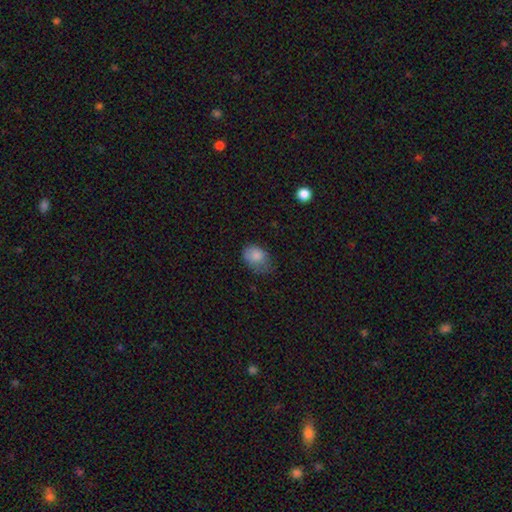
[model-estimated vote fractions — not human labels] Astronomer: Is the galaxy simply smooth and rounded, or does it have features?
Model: smooth — 83%.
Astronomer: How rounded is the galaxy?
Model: in between — 72%.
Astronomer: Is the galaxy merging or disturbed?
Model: none — 43% (runner-up: minor disturbance, 39%).